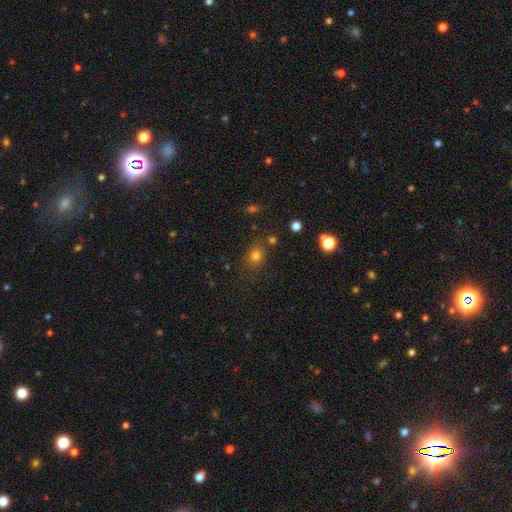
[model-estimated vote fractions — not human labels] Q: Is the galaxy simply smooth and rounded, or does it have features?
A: smooth — 76%.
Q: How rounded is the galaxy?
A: round — 54%.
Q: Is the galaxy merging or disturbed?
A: none — 75%.